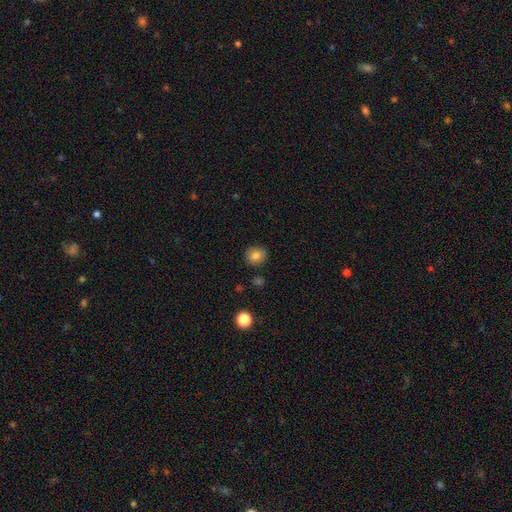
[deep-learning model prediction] The model was most divided on "smooth or featured": smooth: 82%, star or artifact: 10%, featured or disk: 8%. More confident: merging — none (88%); how rounded — round (86%).